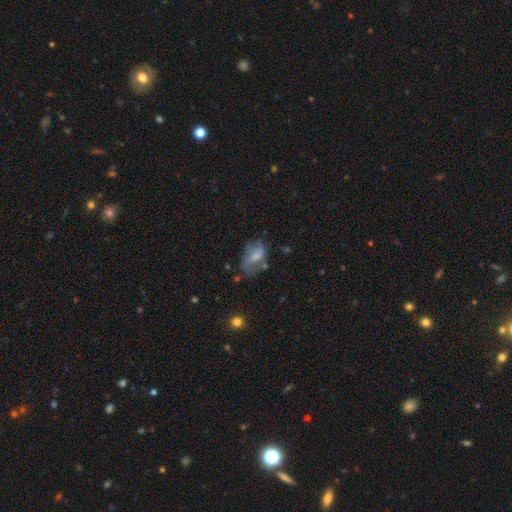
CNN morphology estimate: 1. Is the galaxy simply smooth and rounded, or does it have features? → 54% smooth, 37% featured or disk, 9% star or artifact.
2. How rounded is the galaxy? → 88% in between, 10% round, 3% cigar-shaped.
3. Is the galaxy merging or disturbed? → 41% none, 31% minor disturbance, 22% major disturbance, 6% merger.